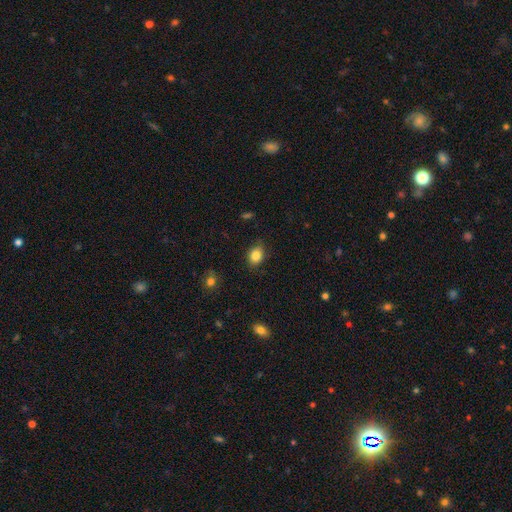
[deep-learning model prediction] A smooth galaxy with no disk features (84%) that is in between round and cigar-shaped (59%). Merging: none (80%).